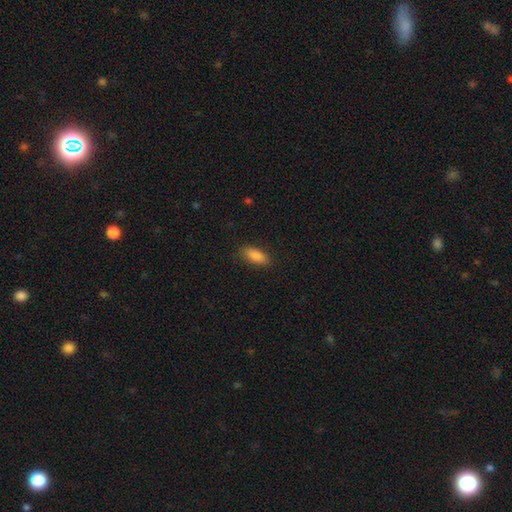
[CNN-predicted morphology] Q: Smooth or featured?
A: smooth (86%); runner-up: star or artifact (7%)
Q: How rounded?
A: in between (81%); runner-up: cigar-shaped (17%)
Q: Merging?
A: none (87%); runner-up: minor disturbance (10%)